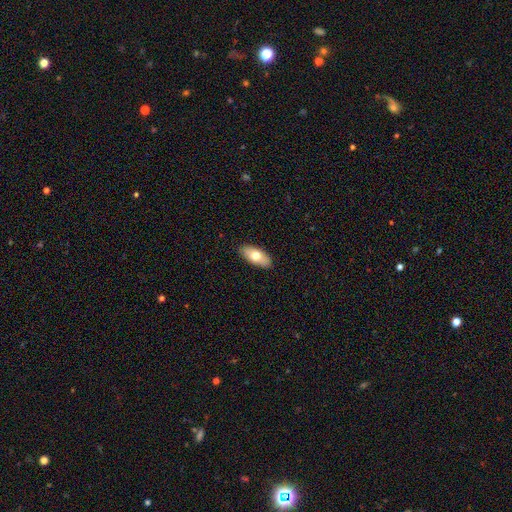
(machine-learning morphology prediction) Smooth or featured?
  - smooth: 69% *
  - featured or disk: 24%
  - star or artifact: 6%
How rounded?
  - in between: 89% *
  - cigar-shaped: 8%
  - round: 3%
Merging?
  - none: 88% *
  - minor disturbance: 9%
  - major disturbance: 2%
  - merger: 1%